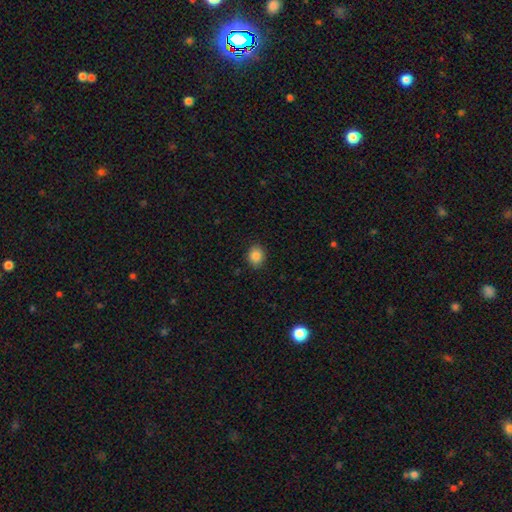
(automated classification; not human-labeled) Q: Smooth or featured?
A: smooth (86%); runner-up: star or artifact (9%)
Q: How rounded?
A: round (53%); runner-up: in between (46%)
Q: Merging?
A: none (89%); runner-up: minor disturbance (8%)